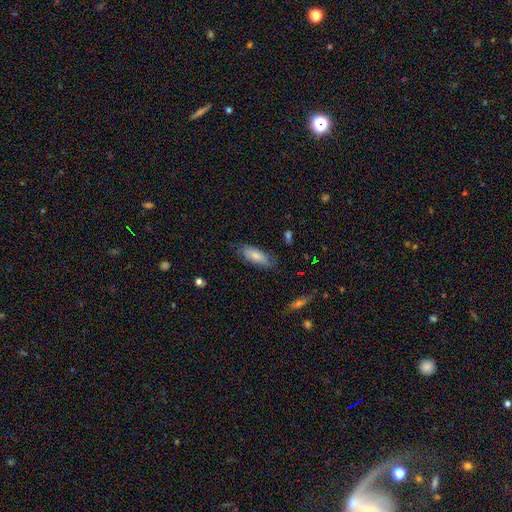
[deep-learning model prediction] Smooth or featured? smooth (76%)
How rounded? in between (77%)
Merging? none (71%)